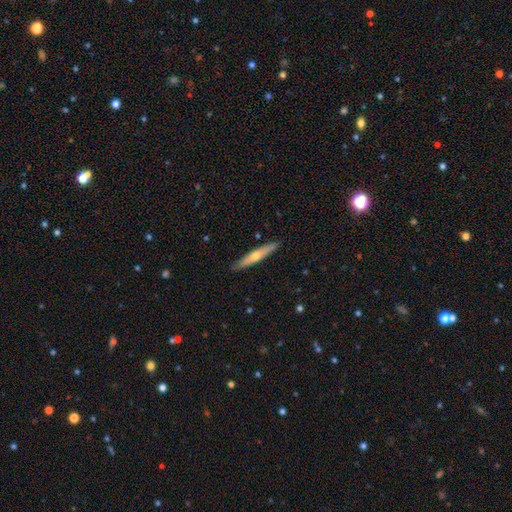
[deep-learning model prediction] A featured or disk galaxy (50%). Merging: none (89%).